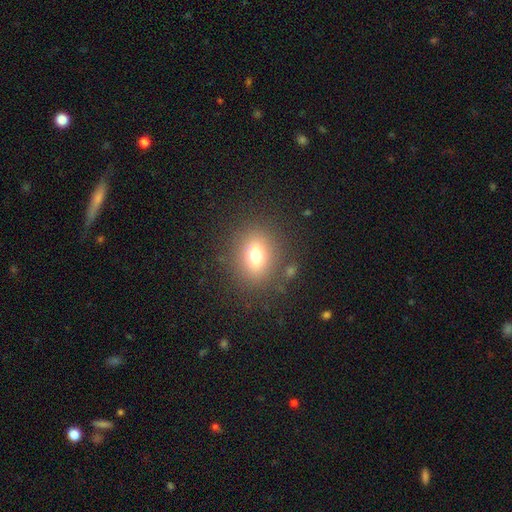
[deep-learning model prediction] Smooth or featured? Predicted: smooth (p=0.70). How rounded? Predicted: round (p=0.55). Merging? Predicted: none (p=0.84).